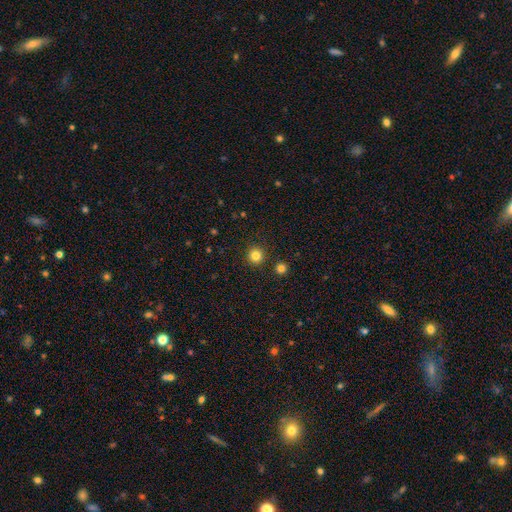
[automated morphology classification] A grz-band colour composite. It shows a smooth galaxy with no disk features (82%) that is round (95%). Merging: none (92%).